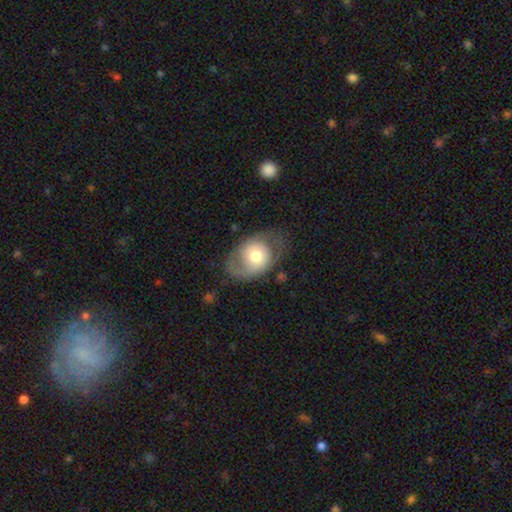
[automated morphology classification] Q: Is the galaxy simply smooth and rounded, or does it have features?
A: smooth — 50%.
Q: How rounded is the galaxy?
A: in between — 62%.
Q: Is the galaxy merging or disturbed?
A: none — 50%.